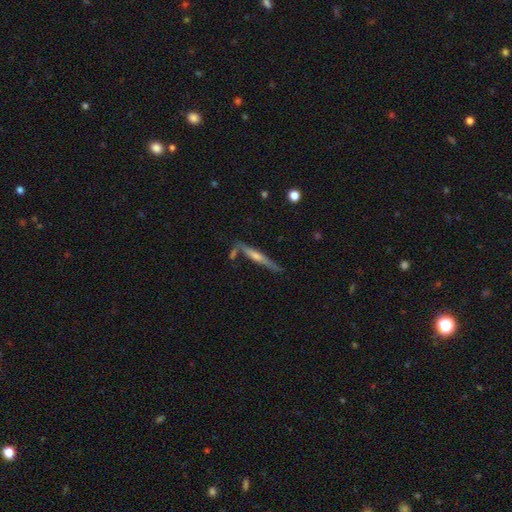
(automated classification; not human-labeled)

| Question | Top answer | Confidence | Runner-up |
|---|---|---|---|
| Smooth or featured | featured or disk | 63% | smooth (30%) |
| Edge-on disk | yes | 96% | no (4%) |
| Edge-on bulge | rounded | 68% | none (22%) |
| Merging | none | 74% | minor disturbance (14%) |